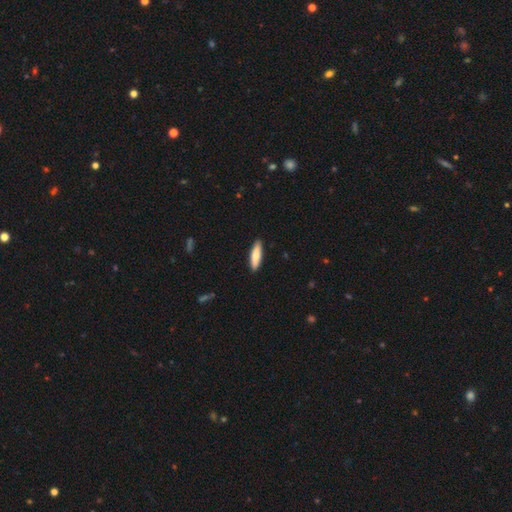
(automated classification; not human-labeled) smooth_or_featured: smooth (p=0.78) [alt: featured or disk p=0.17]
how_rounded: cigar-shaped (p=0.63) [alt: in between p=0.35]
merging: none (p=0.90) [alt: minor disturbance p=0.08]